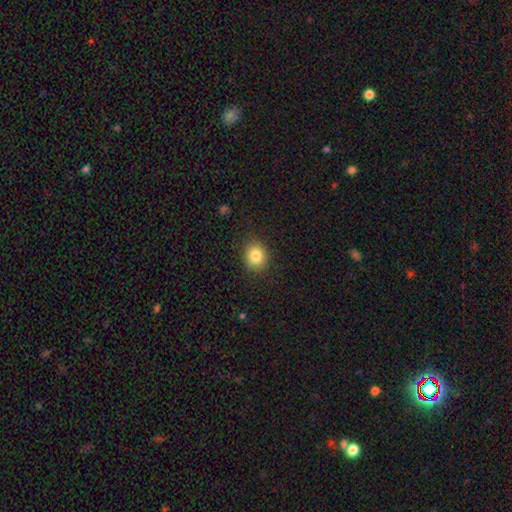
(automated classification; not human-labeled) smooth_or_featured: smooth (p=0.83) [alt: star or artifact p=0.10]
how_rounded: round (p=0.78) [alt: in between p=0.21]
merging: none (p=0.88) [alt: minor disturbance p=0.09]